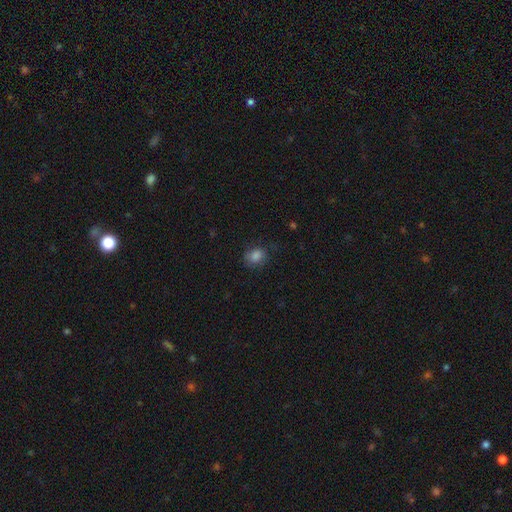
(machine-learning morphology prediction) This appears to be a smooth galaxy with no disk features (82%) that is round (50%). Merging: none (72%).